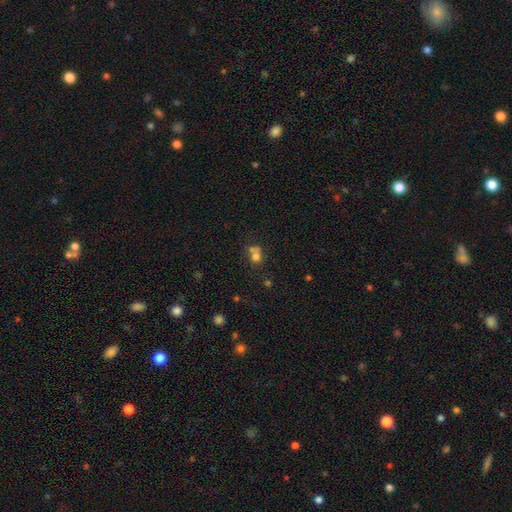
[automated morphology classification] Smooth or featured? Predicted: smooth (p=0.70). How rounded? Predicted: round (p=0.73). Merging? Predicted: merger (p=0.50).